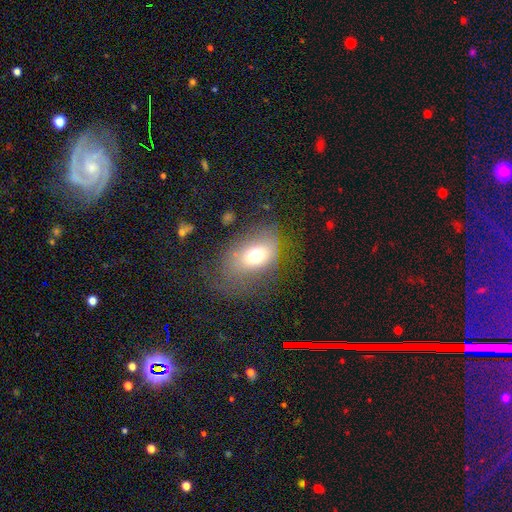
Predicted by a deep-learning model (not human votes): The model was most divided on "merging": none: 46%, major disturbance: 26%, minor disturbance: 25%, merger: 2%. More confident: how rounded — in between (75%); smooth or featured — smooth (66%).